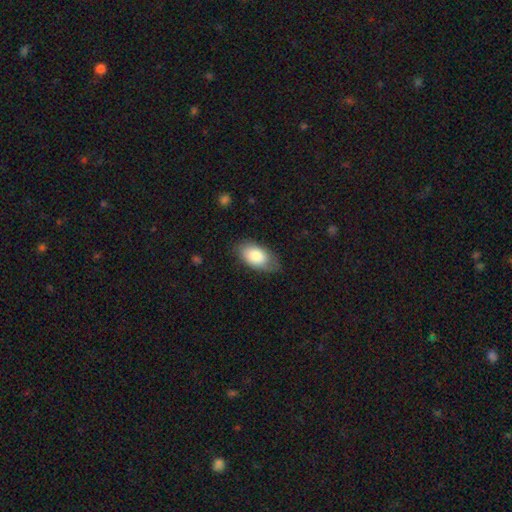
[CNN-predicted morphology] A smooth galaxy with no disk features (82%) that is in between round and cigar-shaped (94%).

Vote fractions:
- Smooth or featured? smooth: 82% / featured or disk: 12% / star or artifact: 6%
- How rounded? in between: 94% / round: 4% / cigar-shaped: 2%
- Merging? none: 70% / minor disturbance: 23% / major disturbance: 6% / merger: 1%